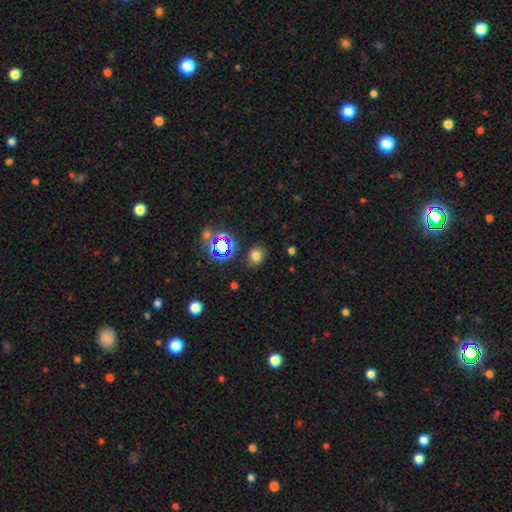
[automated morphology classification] A smooth galaxy with no disk features (70%) that is round (59%).

Vote fractions:
- Smooth or featured? smooth: 70% / star or artifact: 23% / featured or disk: 7%
- How rounded? round: 59% / in between: 40% / cigar-shaped: 1%
- Merging? none: 82% / minor disturbance: 11% / major disturbance: 4% / merger: 3%